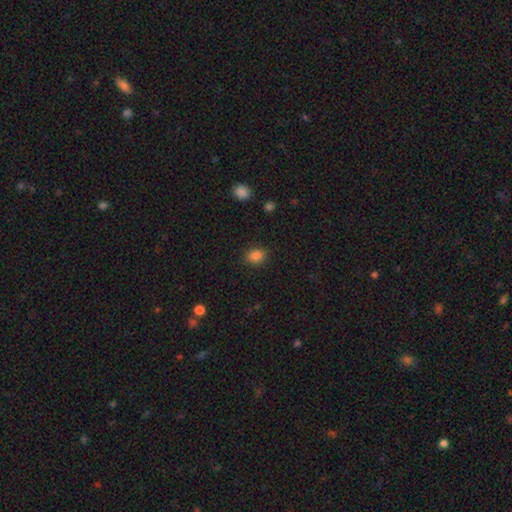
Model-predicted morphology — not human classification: Smooth or featured? smooth (85%)
How rounded? in between (59%)
Merging? none (86%)